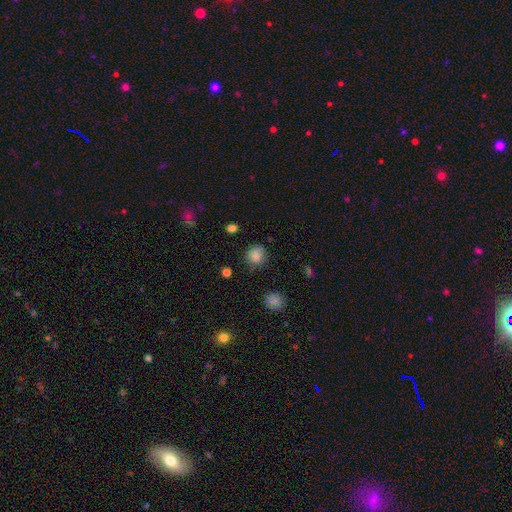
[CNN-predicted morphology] smooth_or_featured: smooth (p=0.82) [alt: star or artifact p=0.11]
how_rounded: round (p=0.81) [alt: in between p=0.18]
merging: none (p=0.67) [alt: minor disturbance p=0.23]